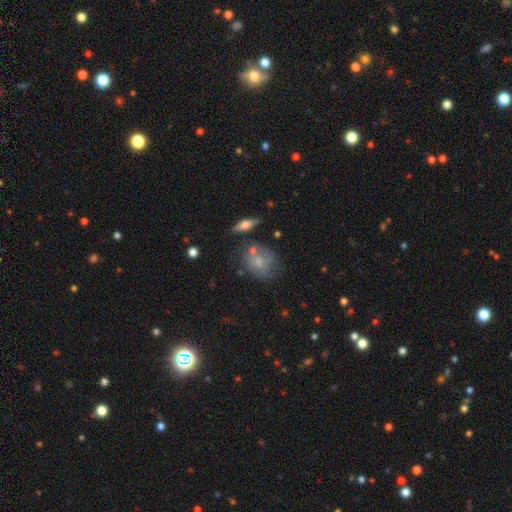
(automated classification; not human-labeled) The model was most divided on "smooth or featured": featured or disk: 46%, smooth: 42%, star or artifact: 12%. More confident: merging — none (61%).